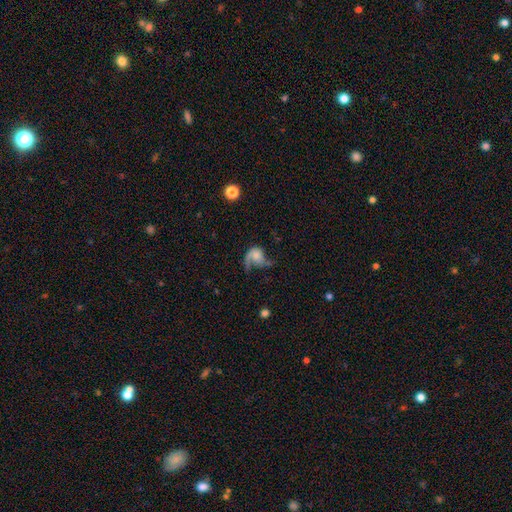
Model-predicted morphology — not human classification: The model was most divided on "bulge size": small: 31%, moderate: 30%, none: 23%, large: 12%, dominant: 4%. Remaining: edge-on disk — no (97%); spiral arms — yes (79%); bar — no (78%); smooth or featured — featured or disk (55%); merging — major disturbance (47%).